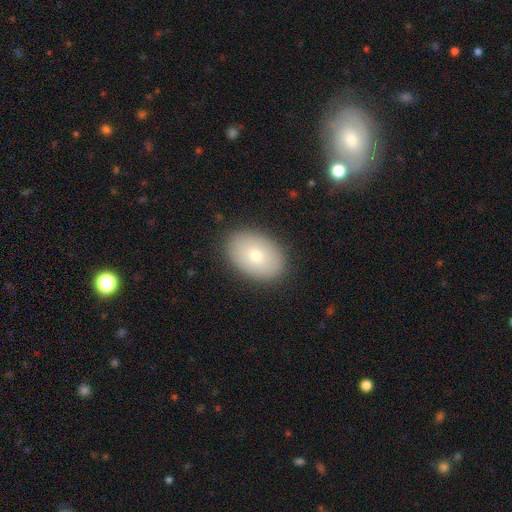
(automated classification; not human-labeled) A smooth galaxy with no disk features (74%) that is in between round and cigar-shaped (84%).

Vote fractions:
- Smooth or featured? smooth: 74% / featured or disk: 18% / star or artifact: 8%
- How rounded? in between: 84% / round: 14% / cigar-shaped: 1%
- Merging? none: 88% / minor disturbance: 8% / major disturbance: 2% / merger: 1%